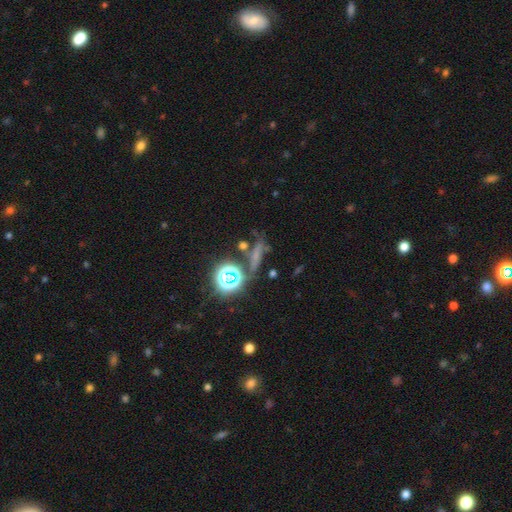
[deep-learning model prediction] Smooth or featured: smooth — 43% (star or artifact — 35%)
Merging: none — 63% (minor disturbance — 17%)